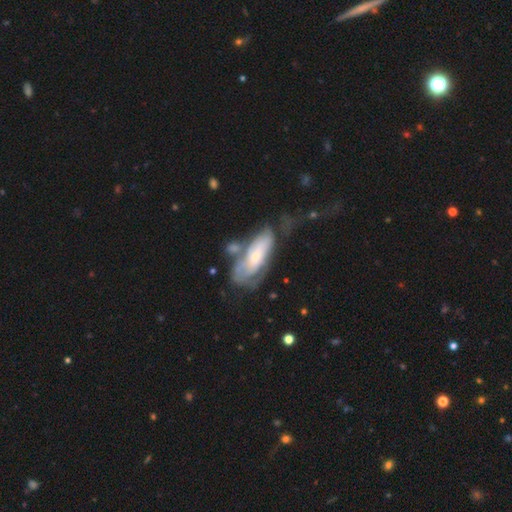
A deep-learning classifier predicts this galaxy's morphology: This appears to be a featured or disk galaxy (57%). Merging: none (30%).